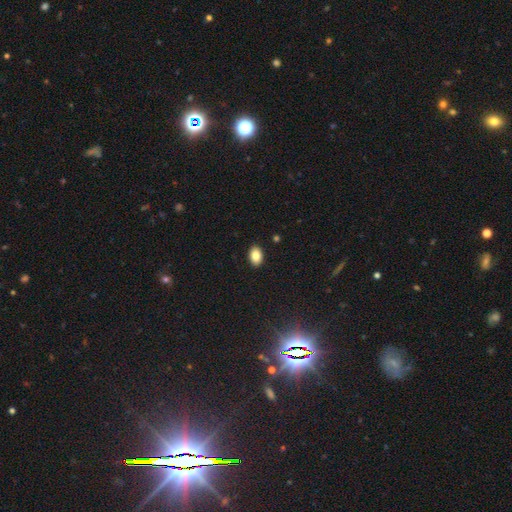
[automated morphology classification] This is clearly a smooth galaxy (85%). How rounded: clearly in between (86%). Merging: clearly none (90%).